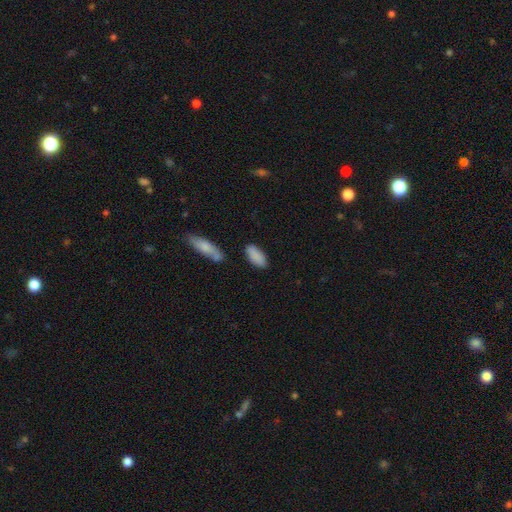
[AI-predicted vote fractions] The model was most divided on "merging": none: 77%, minor disturbance: 14%, merger: 6%, major disturbance: 3%. More confident: smooth or featured — smooth (87%); how rounded — in between (87%).